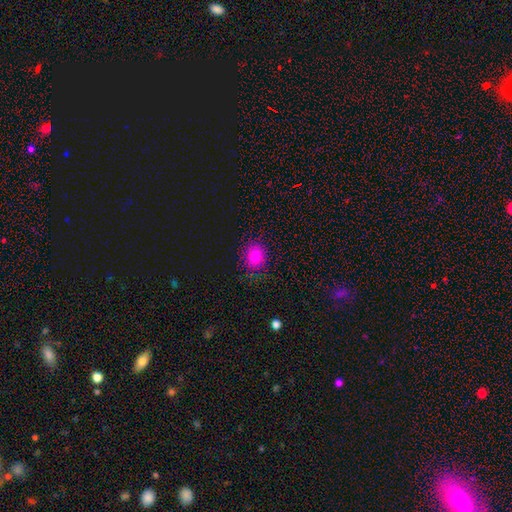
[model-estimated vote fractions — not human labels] Q: Smooth or featured?
A: smooth (84%); runner-up: star or artifact (11%)
Q: How rounded?
A: round (52%); runner-up: in between (47%)
Q: Merging?
A: none (84%); runner-up: minor disturbance (11%)